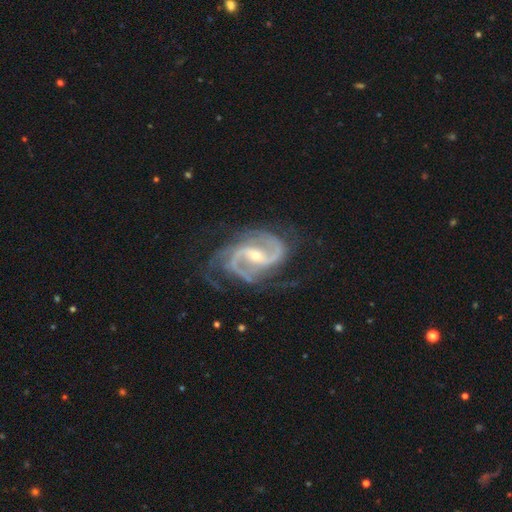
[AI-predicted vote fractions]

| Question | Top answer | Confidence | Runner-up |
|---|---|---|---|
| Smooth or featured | featured or disk | 93% | star or artifact (5%) |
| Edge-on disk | no | 98% | yes (2%) |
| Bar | strong | 40% | weak (37%) |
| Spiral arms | yes | 98% | no (2%) |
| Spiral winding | medium | 56% | loose (23%) |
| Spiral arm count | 2 | 79% | 3 (8%) |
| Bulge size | small | 66% | moderate (32%) |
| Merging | none | 62% | minor disturbance (20%) |